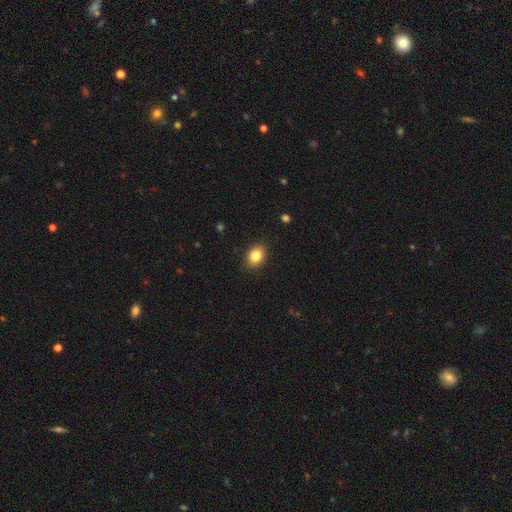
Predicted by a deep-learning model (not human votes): smooth-or-featured: smooth: 84% | star or artifact: 9% | featured or disk: 7%
  how-rounded: in between: 70% | round: 29% | cigar-shaped: 1%
  merging: none: 87% | minor disturbance: 9% | major disturbance: 2% | merger: 1%